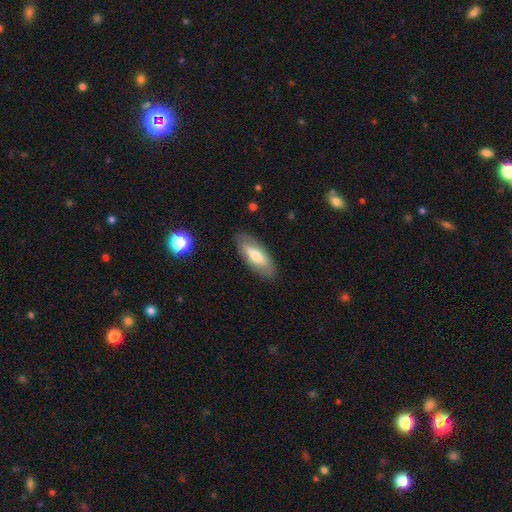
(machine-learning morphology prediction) The model was most divided on "smooth or featured": smooth: 63%, featured or disk: 30%, star or artifact: 6%. More confident: merging — none (85%); how rounded — in between (74%).